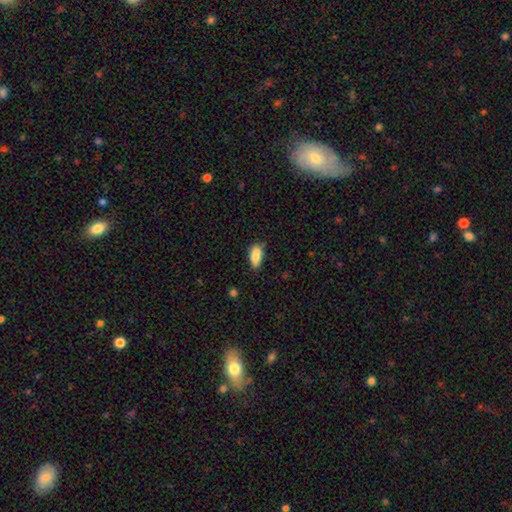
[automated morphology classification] This is clearly a smooth galaxy (84%). How rounded: clearly in between (85%). Merging: likely none (62%).